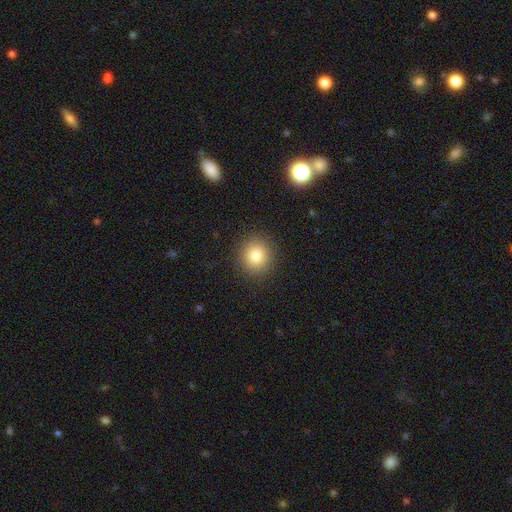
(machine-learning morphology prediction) Q: Smooth or featured?
A: smooth (83%); runner-up: star or artifact (10%)
Q: How rounded?
A: round (88%); runner-up: in between (11%)
Q: Merging?
A: none (90%); runner-up: minor disturbance (6%)